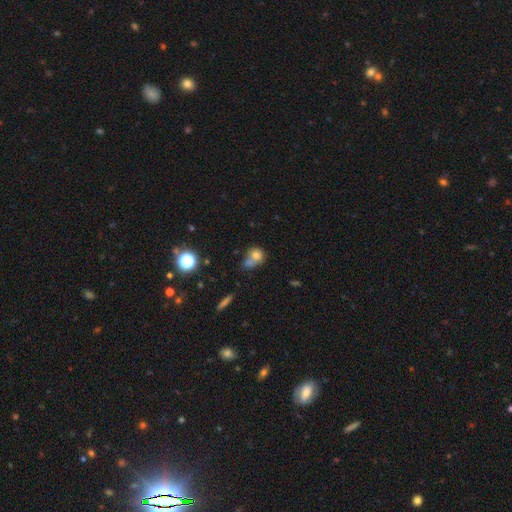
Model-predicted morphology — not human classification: The model was most divided on "merging": merger: 43%, none: 31%, minor disturbance: 16%, major disturbance: 11%. More confident: smooth or featured — smooth (72%); how rounded — round (65%).